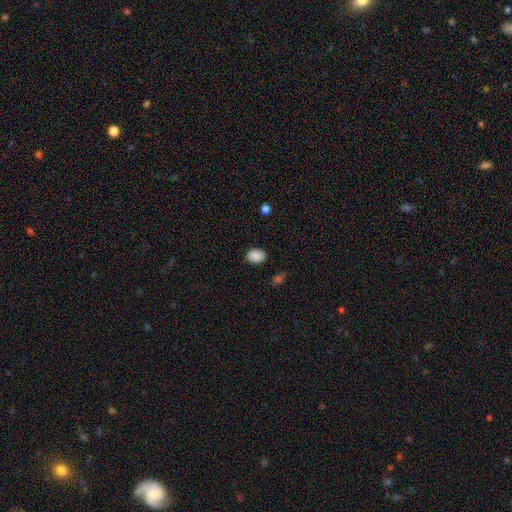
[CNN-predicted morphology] Overall: smooth (89%). How rounded: in between (76%). Merging: none (85%).